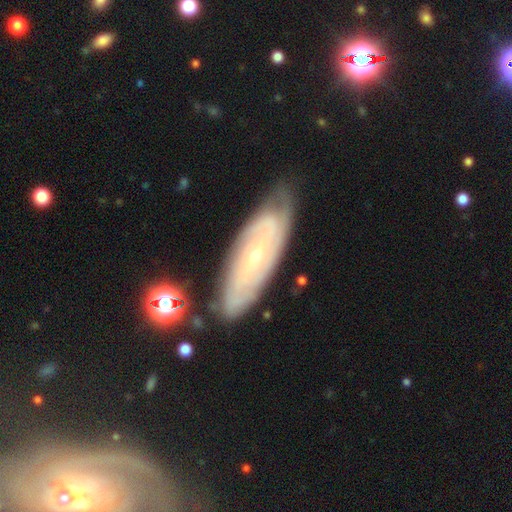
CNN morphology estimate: smooth-or-featured: featured or disk: 76% | smooth: 18% | star or artifact: 6%
  disk-edge-on: no: 85% | yes: 15%
    bar: no: 72% | weak: 21% | strong: 7%
    has-spiral-arms: yes: 85% | no: 15%
      spiral-winding: tight: 73% | medium: 20% | loose: 6%
      spiral-arm-count: can't tell: 57% | 2: 21% | 3: 8% | 4: 6% | more than 4: 4% | 1: 4%
    bulge-size: small: 83% | moderate: 14% | none: 1% | large: 1% | dominant: 1%
  merging: none: 72% | minor disturbance: 21% | major disturbance: 5% | merger: 2%